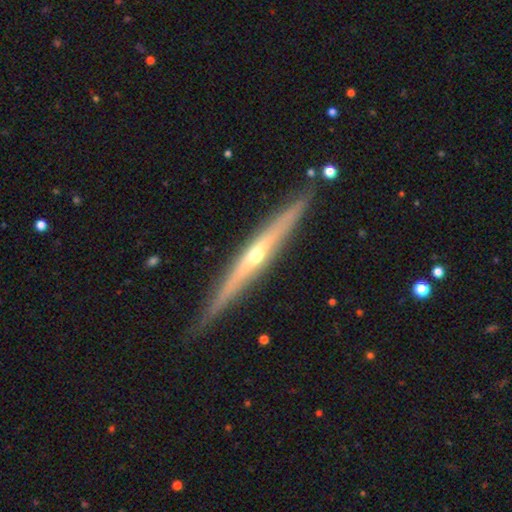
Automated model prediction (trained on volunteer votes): Morphology: type=featured or disk (79%); edge-on=yes (97%); edge-on bulge=rounded (78%); merging=none (88%).